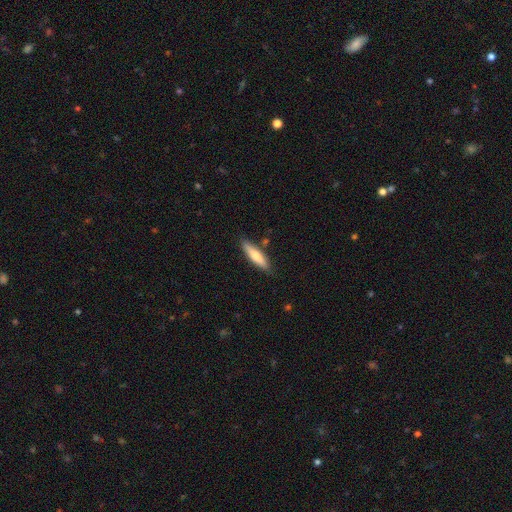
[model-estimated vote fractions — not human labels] Morphology: type=smooth (67%); roundness=cigar-shaped (76%); merging=none (83%).